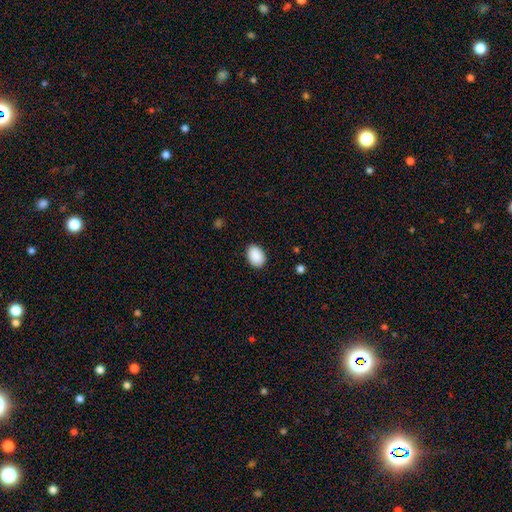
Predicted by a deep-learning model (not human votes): smooth 91%, star or artifact 7%, featured or disk 3%. Down the decision tree: how rounded — in between (82%); merging — none (88%).